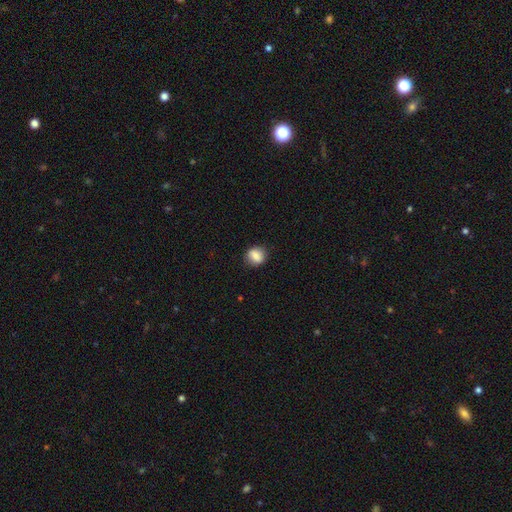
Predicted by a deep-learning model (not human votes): Overall: smooth (82%). How rounded: round (71%). Merging: none (84%).